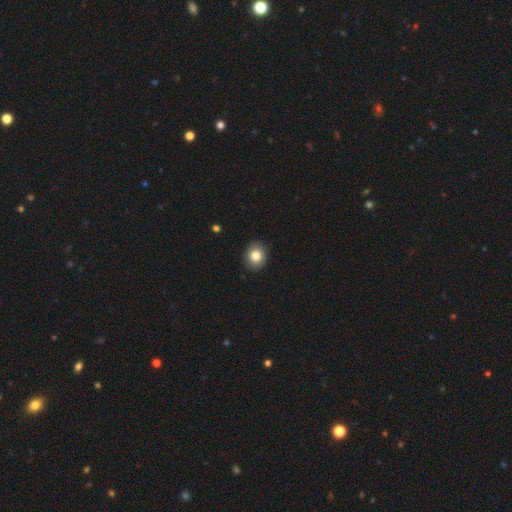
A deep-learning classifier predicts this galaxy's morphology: A smooth galaxy with no disk features (83%) that is round (64%).

Vote fractions:
- Smooth or featured? smooth: 83% / star or artifact: 9% / featured or disk: 8%
- How rounded? round: 64% / in between: 35% / cigar-shaped: 1%
- Merging? none: 90% / minor disturbance: 7% / major disturbance: 2% / merger: 1%